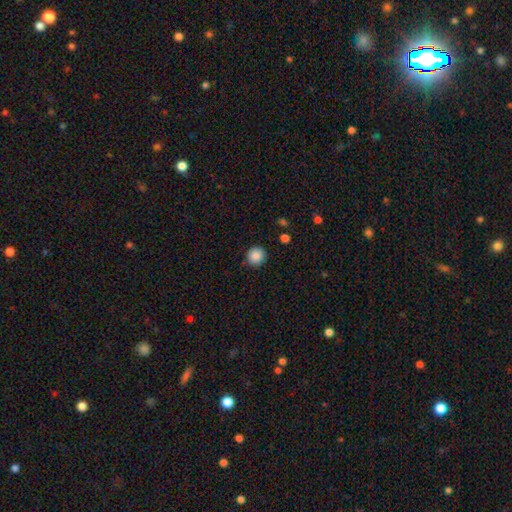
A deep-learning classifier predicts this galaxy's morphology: This appears to be a smooth galaxy with no disk features (87%) that is round (92%). Merging: none (88%).